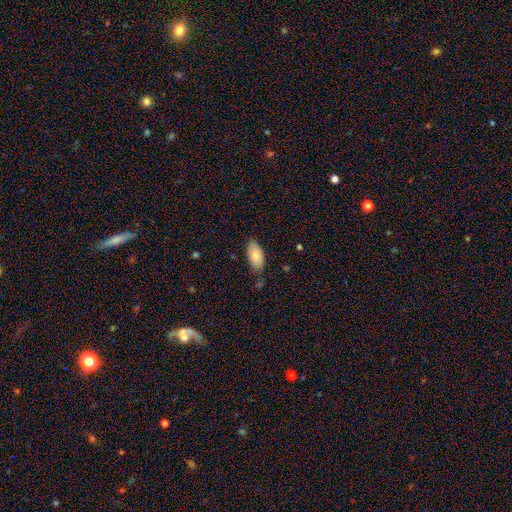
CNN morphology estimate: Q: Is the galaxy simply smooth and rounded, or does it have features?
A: smooth — 81%.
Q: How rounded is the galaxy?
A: in between — 94%.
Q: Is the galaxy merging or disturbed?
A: none — 71%.